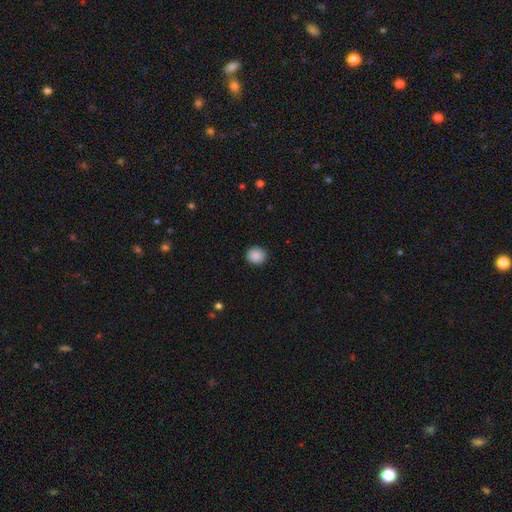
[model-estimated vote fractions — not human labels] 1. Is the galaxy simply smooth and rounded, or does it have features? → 89% smooth, 8% star or artifact, 3% featured or disk.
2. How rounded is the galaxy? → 80% round, 19% in between, 1% cigar-shaped.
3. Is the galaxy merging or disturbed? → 90% none, 7% minor disturbance, 2% major disturbance, 1% merger.